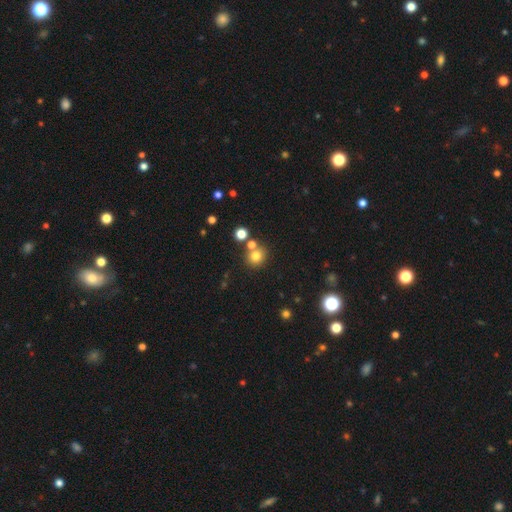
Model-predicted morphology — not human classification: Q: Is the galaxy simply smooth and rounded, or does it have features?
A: smooth — 77%.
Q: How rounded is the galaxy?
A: round — 86%.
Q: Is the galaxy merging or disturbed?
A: none — 68%.